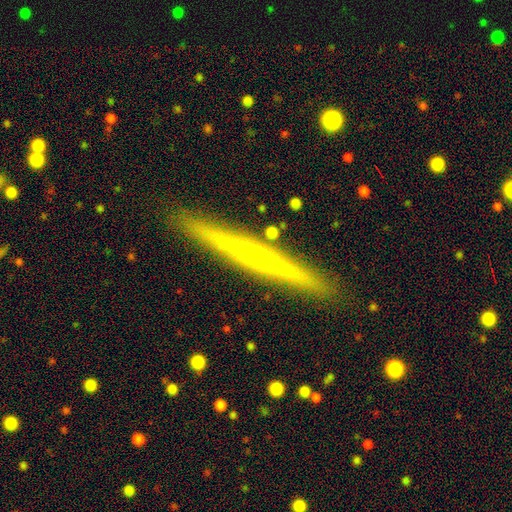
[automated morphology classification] A featured or disk galaxy (74%) viewed edge-on (98%) with a rounded central bulge (67%). Merging: none (91%).